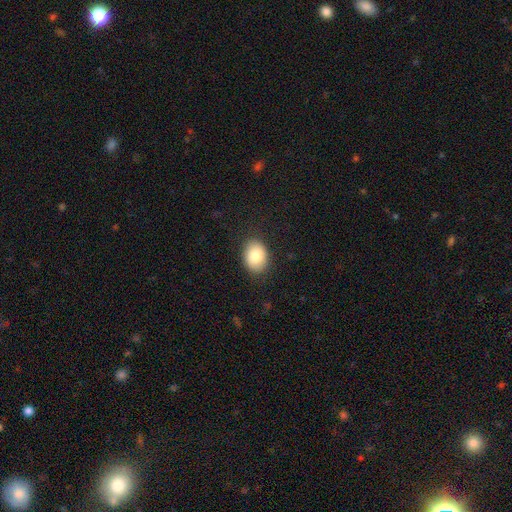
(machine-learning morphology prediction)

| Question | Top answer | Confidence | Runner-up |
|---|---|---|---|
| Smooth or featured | smooth | 82% | featured or disk (11%) |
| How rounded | in between | 71% | round (28%) |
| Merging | none | 87% | minor disturbance (10%) |